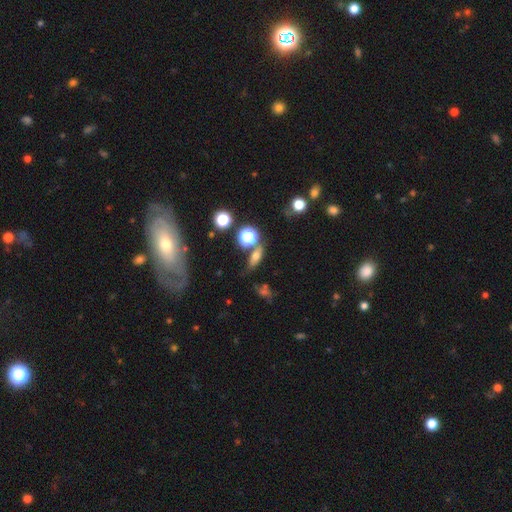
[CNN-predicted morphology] The model was most divided on "how rounded": in between: 57%, cigar-shaped: 23%, round: 20%. More confident: merging — none (69%); smooth or featured — smooth (61%).